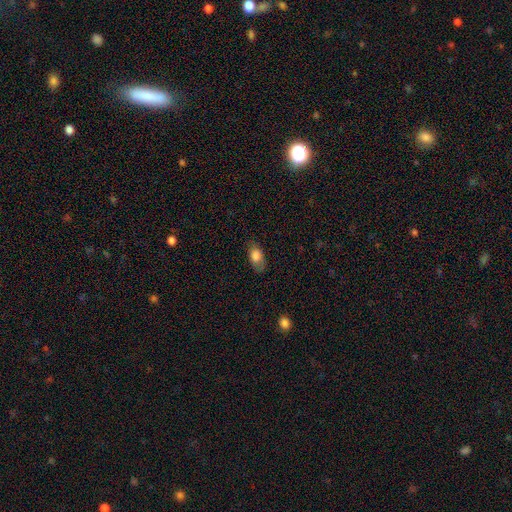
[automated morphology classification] type=smooth (77%); roundness=in between (90%); merging=none (66%).